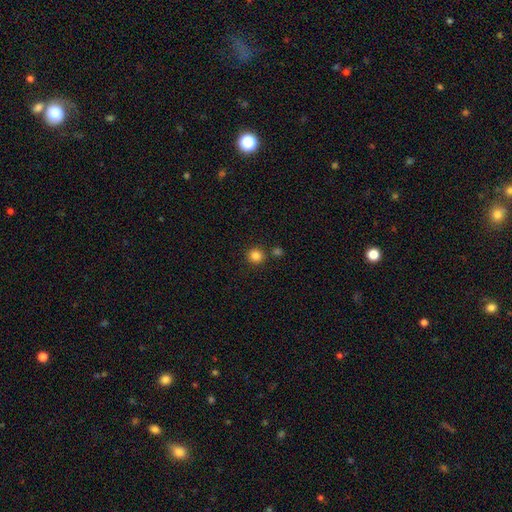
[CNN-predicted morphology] A smooth galaxy with no disk features (84%) that is round (92%).

Vote fractions:
- Smooth or featured? smooth: 84% / star or artifact: 12% / featured or disk: 4%
- How rounded? round: 92% / in between: 7% / cigar-shaped: 1%
- Merging? none: 83% / merger: 8% / minor disturbance: 7% / major disturbance: 2%